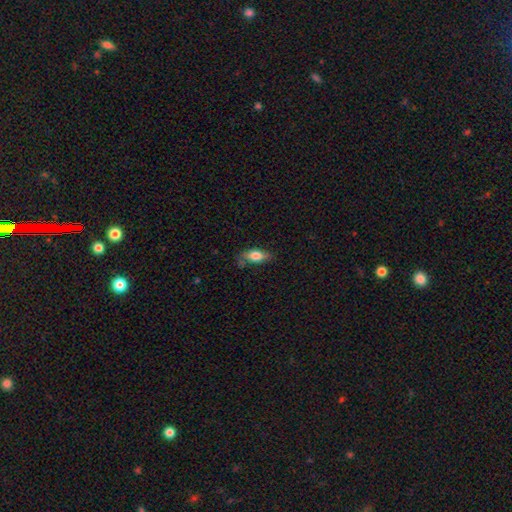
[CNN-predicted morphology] Q: Smooth or featured?
A: smooth (73%); runner-up: featured or disk (20%)
Q: How rounded?
A: in between (80%); runner-up: cigar-shaped (14%)
Q: Merging?
A: none (66%); runner-up: minor disturbance (25%)